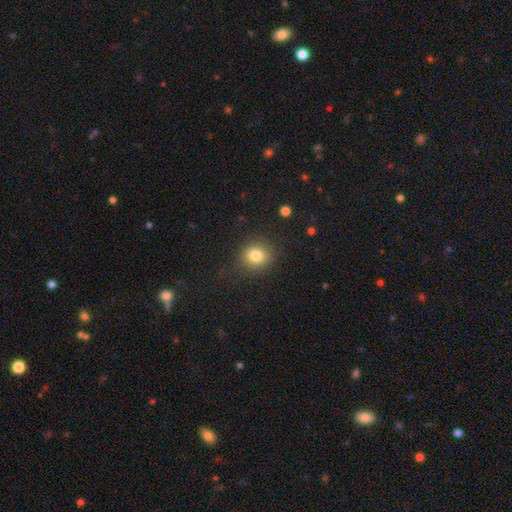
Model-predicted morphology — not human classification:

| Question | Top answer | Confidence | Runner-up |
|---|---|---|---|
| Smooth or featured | smooth | 81% | star or artifact (12%) |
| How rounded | round | 80% | in between (19%) |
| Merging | none | 84% | minor disturbance (10%) |